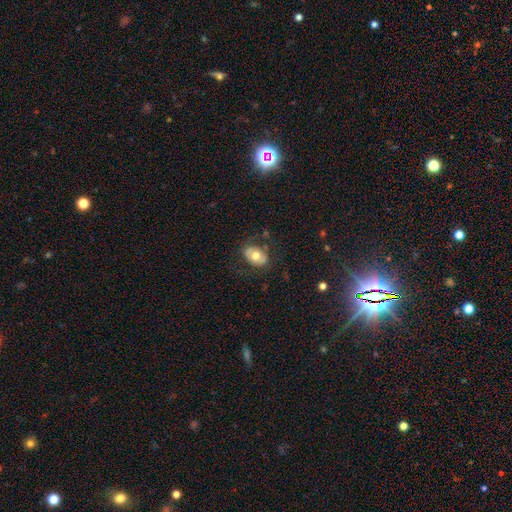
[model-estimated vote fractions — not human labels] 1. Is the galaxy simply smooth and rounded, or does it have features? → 62% smooth, 30% featured or disk, 7% star or artifact.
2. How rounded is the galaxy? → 78% in between, 20% round, 1% cigar-shaped.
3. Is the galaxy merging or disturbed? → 74% none, 16% minor disturbance, 8% major disturbance, 2% merger.